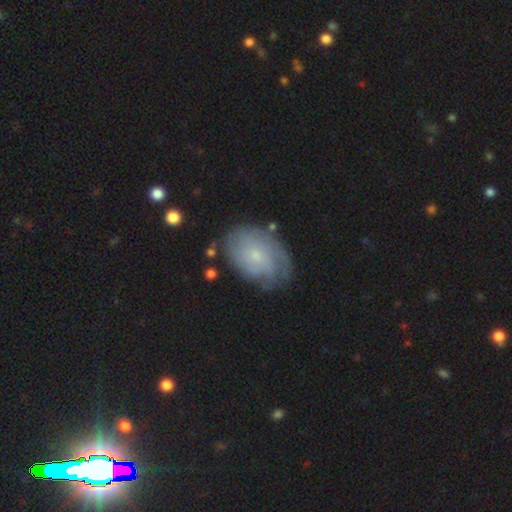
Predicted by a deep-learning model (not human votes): Overall: featured or disk (56%; smooth 36%). Edge-on disk: no (96%). Bar: no (80%). Spiral arms: yes (77%). Bulge size: small (74%). Merging: none (68%).